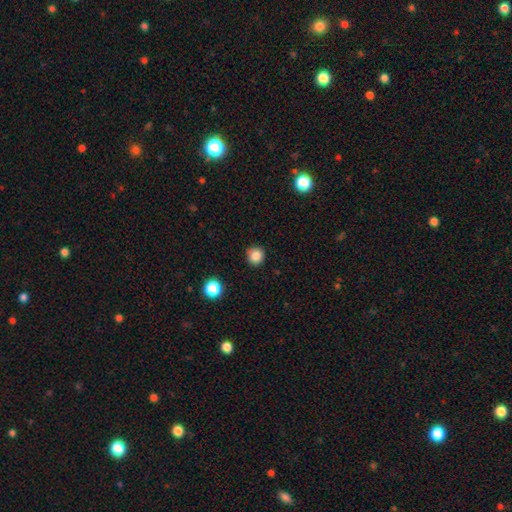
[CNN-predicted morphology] Smooth or featured? smooth (85%)
How rounded? round (93%)
Merging? none (90%)